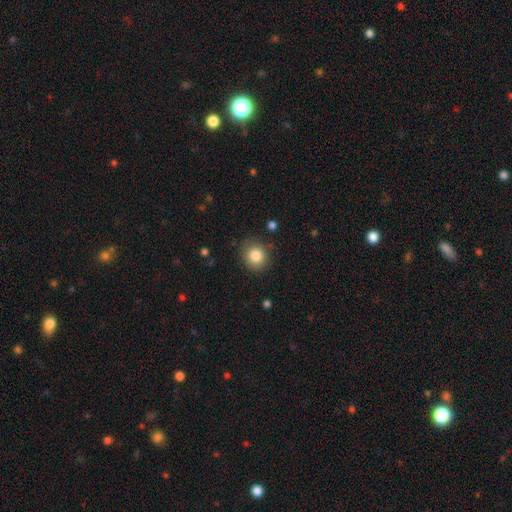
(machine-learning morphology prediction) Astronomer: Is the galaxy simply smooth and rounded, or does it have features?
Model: smooth — 84%.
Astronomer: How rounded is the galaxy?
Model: round — 84%.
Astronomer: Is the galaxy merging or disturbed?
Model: none — 85%.